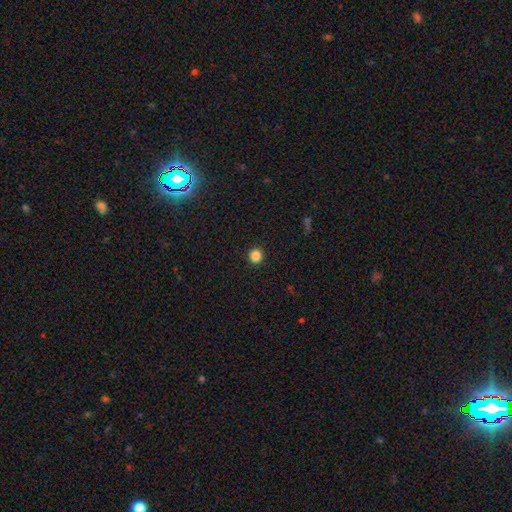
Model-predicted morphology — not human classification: type=smooth (86%); roundness=round (95%); merging=none (93%).